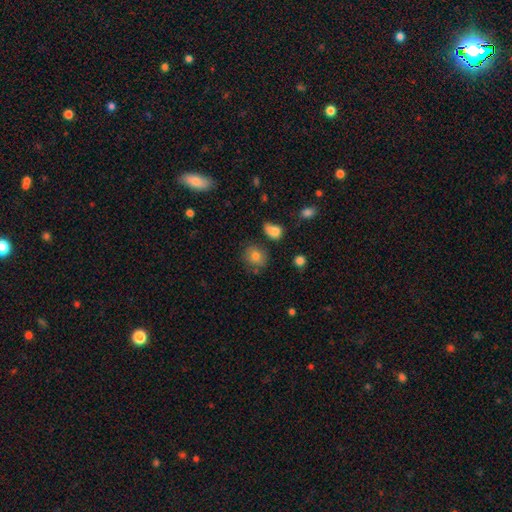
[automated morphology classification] Smooth or featured: smooth — 78% (star or artifact — 11%)
How rounded: round — 71% (in between — 28%)
Merging: none — 72% (minor disturbance — 17%)